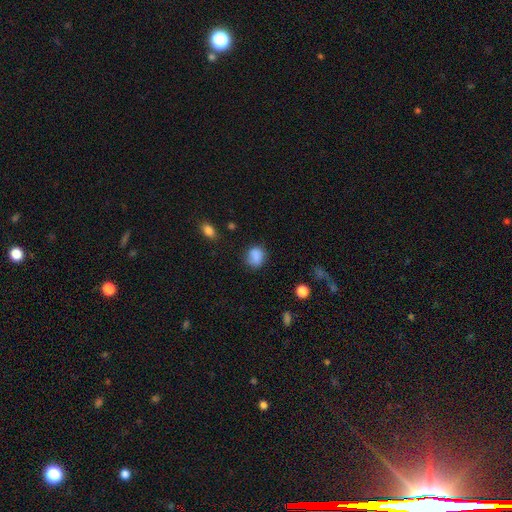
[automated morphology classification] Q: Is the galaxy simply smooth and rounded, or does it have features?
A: smooth — 85%.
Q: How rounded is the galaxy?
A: round — 61%.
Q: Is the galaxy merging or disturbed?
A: none — 73%.